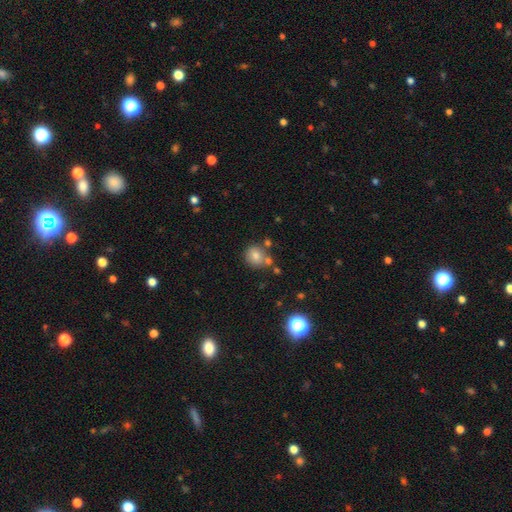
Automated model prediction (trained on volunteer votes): Smooth or featured?
  - smooth: 77% *
  - star or artifact: 12%
  - featured or disk: 10%
How rounded?
  - round: 79% *
  - in between: 20%
  - cigar-shaped: 1%
Merging?
  - none: 63% *
  - merger: 18%
  - minor disturbance: 14%
  - major disturbance: 4%